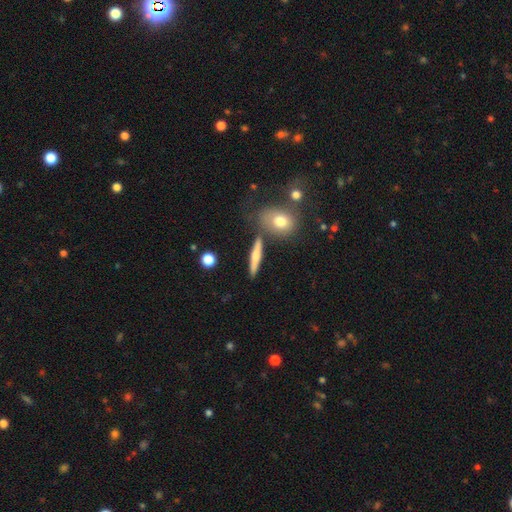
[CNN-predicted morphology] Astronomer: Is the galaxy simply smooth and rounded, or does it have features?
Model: smooth — 58% (runner-up: featured or disk, 35%).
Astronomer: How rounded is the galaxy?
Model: cigar-shaped — 79%.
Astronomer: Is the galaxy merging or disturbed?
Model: none — 79%.